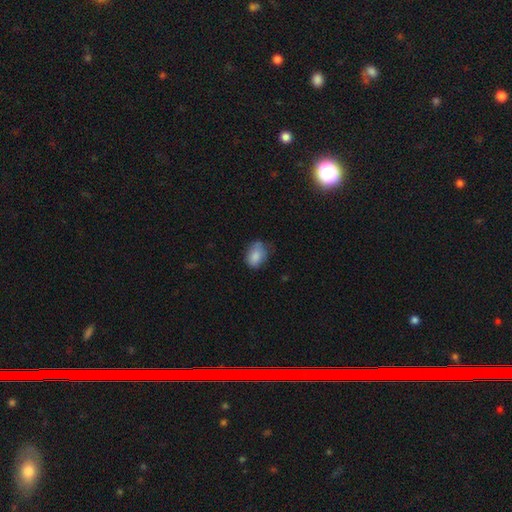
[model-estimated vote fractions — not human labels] Q: Smooth or featured?
A: smooth (84%); runner-up: featured or disk (8%)
Q: How rounded?
A: in between (71%); runner-up: round (28%)
Q: Merging?
A: none (60%); runner-up: minor disturbance (31%)